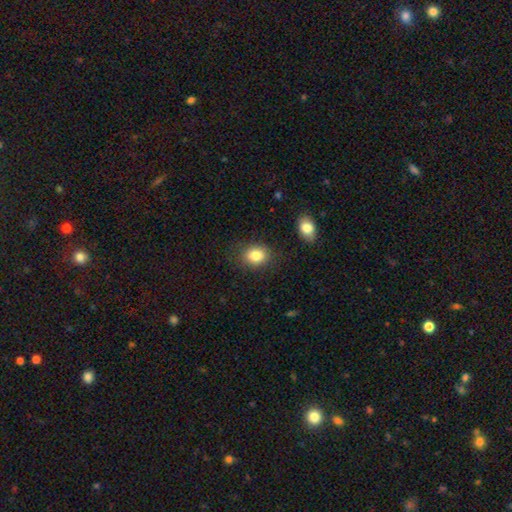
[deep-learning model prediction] A smooth galaxy with no disk features (83%) that is round (54%). Merging: none (82%).